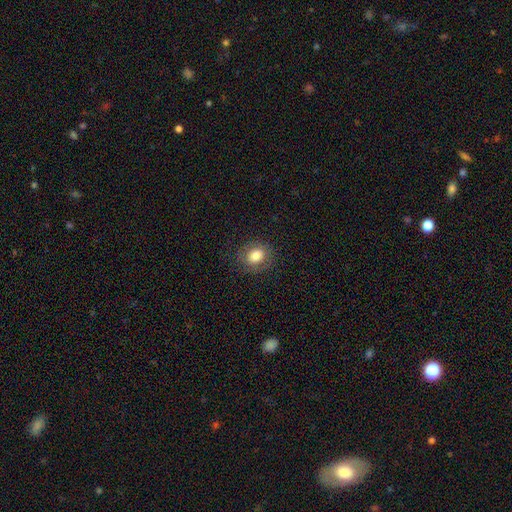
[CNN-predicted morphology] This appears to be a smooth galaxy with no disk features (77%) that is round (56%). Merging: none (81%).